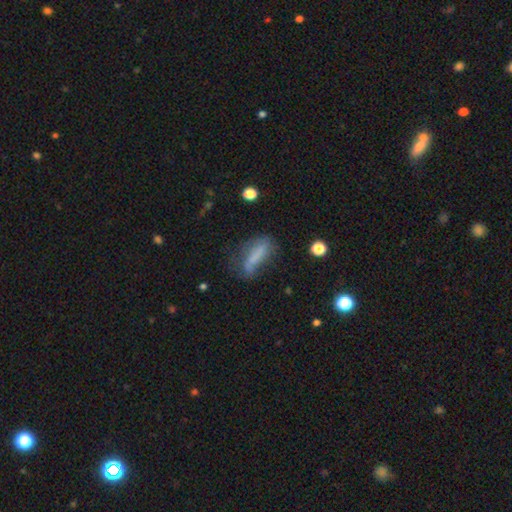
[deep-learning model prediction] Q: Smooth or featured?
A: smooth (64%); runner-up: featured or disk (25%)
Q: How rounded?
A: in between (52%); runner-up: cigar-shaped (45%)
Q: Merging?
A: none (44%); runner-up: minor disturbance (29%)